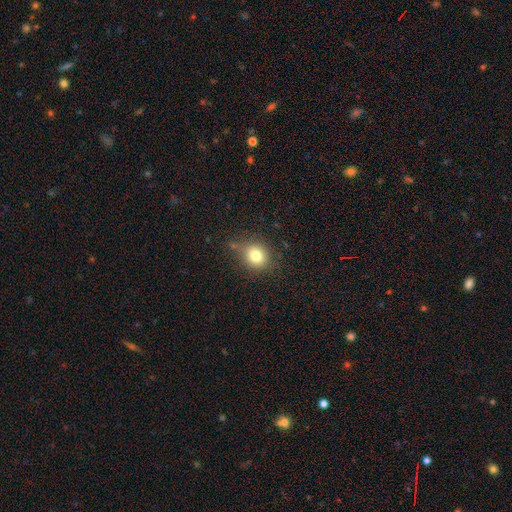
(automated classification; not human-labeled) Smooth or featured: smooth — 79% (star or artifact — 12%)
How rounded: round — 70% (in between — 29%)
Merging: none — 75% (minor disturbance — 17%)